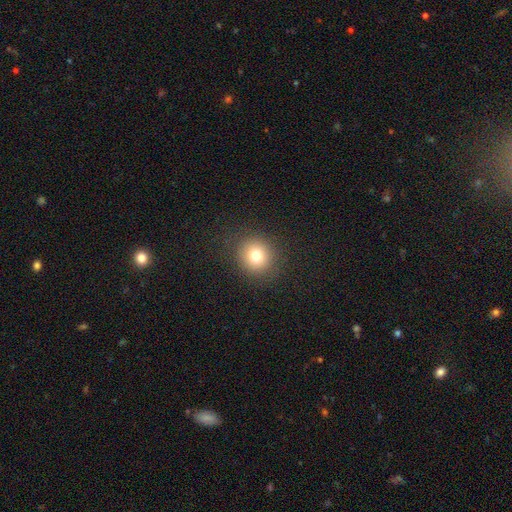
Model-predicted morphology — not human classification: Overall: smooth (78%). How rounded: round (87%). Merging: none (89%).